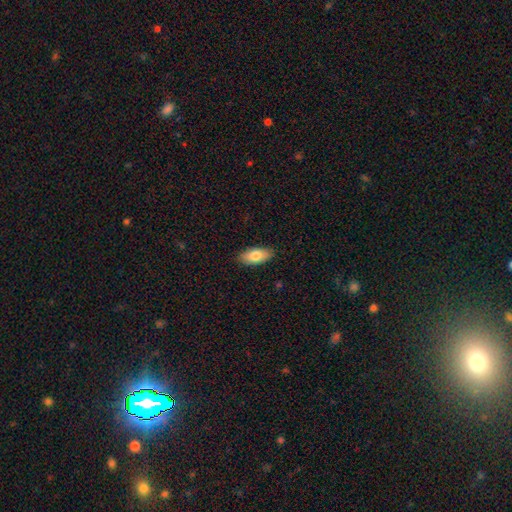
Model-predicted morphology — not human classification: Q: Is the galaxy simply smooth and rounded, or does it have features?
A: smooth — 80%.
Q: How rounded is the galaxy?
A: in between — 90%.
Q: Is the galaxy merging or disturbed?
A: none — 88%.